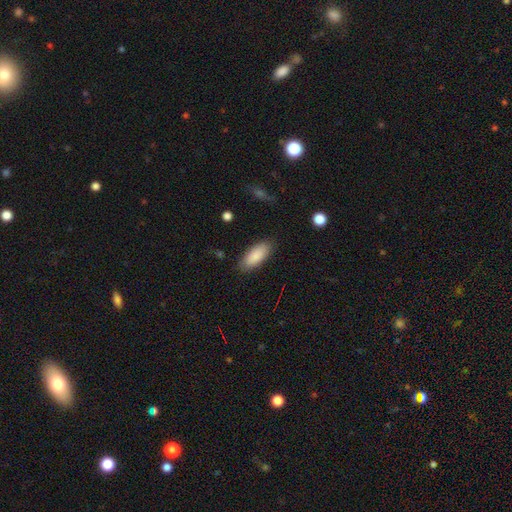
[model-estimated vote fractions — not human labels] The model was most divided on "how rounded": in between: 82%, cigar-shaped: 16%, round: 2%. More confident: smooth or featured — smooth (88%); merging — none (86%).